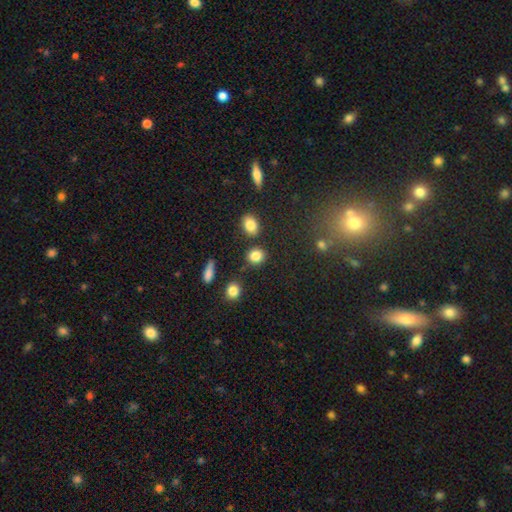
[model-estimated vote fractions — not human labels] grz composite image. It shows a smooth galaxy with no disk features (84%) that is round (76%). Merging: none (80%).